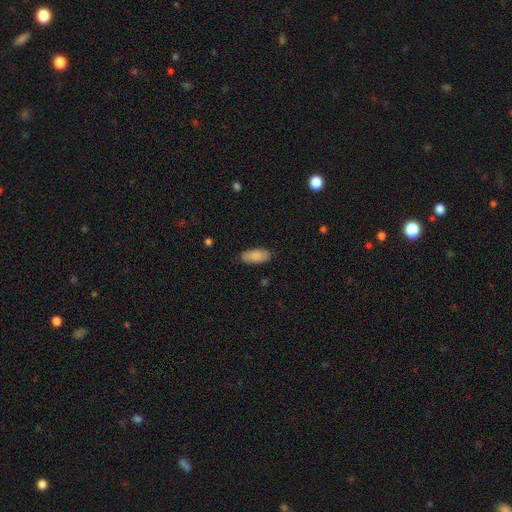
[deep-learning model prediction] Overall: smooth (88%). How rounded: in between (89%). Merging: none (83%).